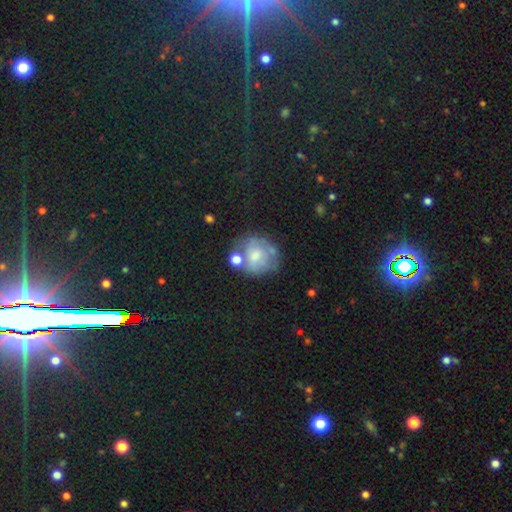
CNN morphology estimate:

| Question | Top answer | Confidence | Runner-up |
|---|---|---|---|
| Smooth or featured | smooth | 53% | featured or disk (37%) |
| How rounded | round | 76% | in between (23%) |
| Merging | none | 45% | minor disturbance (22%) |